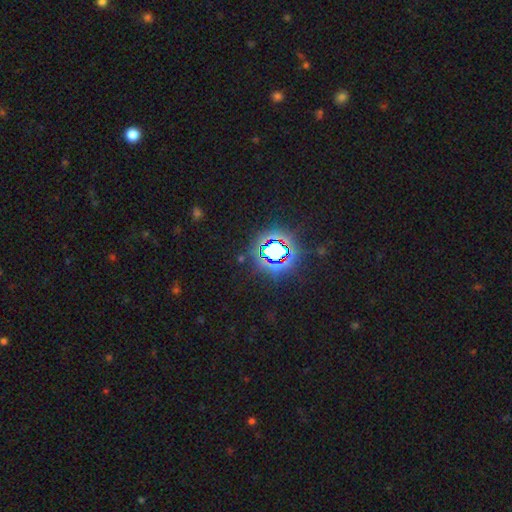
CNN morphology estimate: Smooth or featured? Predicted: star or artifact (p=0.83).